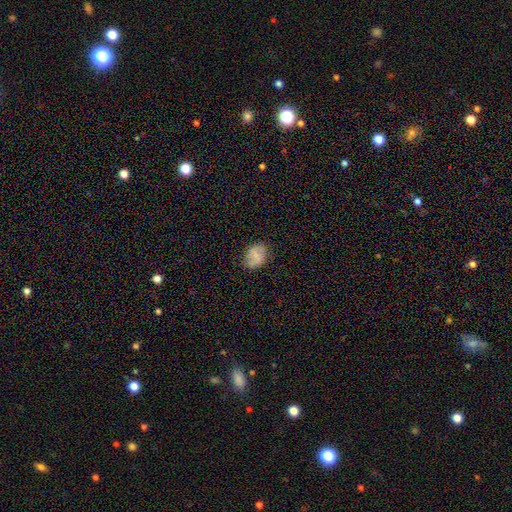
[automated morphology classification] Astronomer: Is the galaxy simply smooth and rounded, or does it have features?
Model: smooth — 66%.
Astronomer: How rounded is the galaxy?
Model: in between — 71%.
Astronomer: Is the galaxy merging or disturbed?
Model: none — 78%.